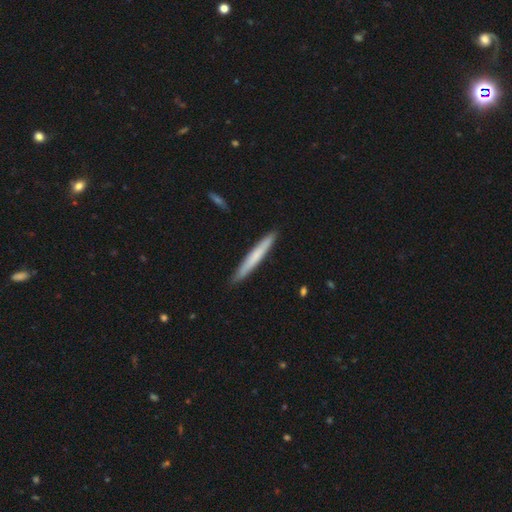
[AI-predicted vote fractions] Overall: smooth (63%; featured or disk 31%). How rounded: cigar-shaped (97%). Merging: none (91%).